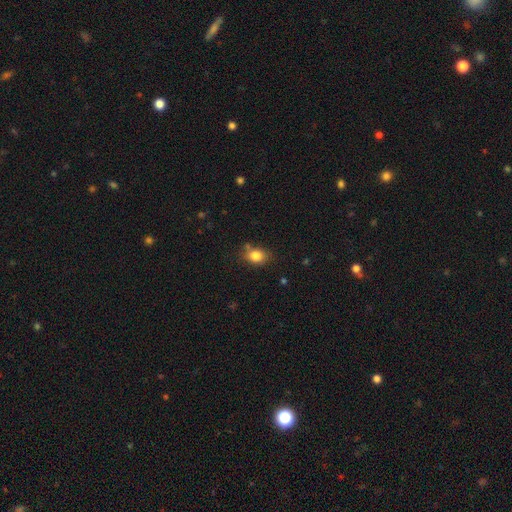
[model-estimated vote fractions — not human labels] smooth_or_featured: smooth (p=0.83) [alt: star or artifact p=0.10]
how_rounded: in between (p=0.58) [alt: round p=0.40]
merging: none (p=0.73) [alt: minor disturbance p=0.17]